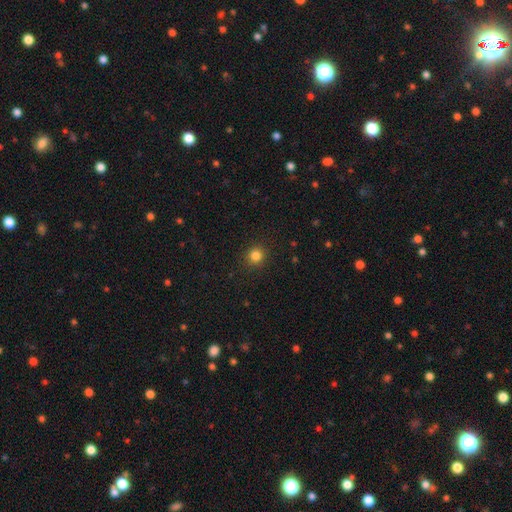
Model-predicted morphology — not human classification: smooth 83%, star or artifact 13%, featured or disk 4%. Down the decision tree: how rounded — round (91%); merging — none (91%).